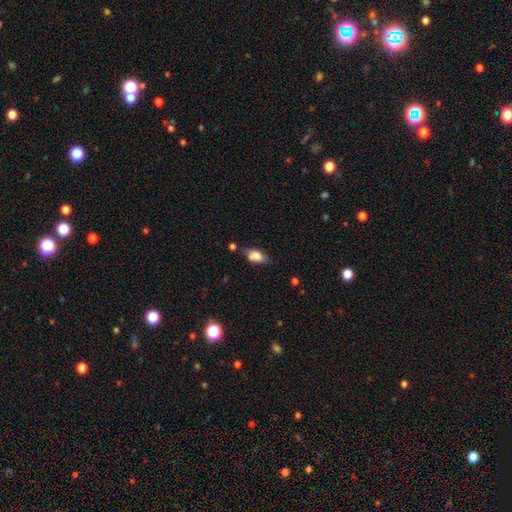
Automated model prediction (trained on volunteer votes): Smooth or featured? smooth (75%)
How rounded? in between (87%)
Merging? none (58%)